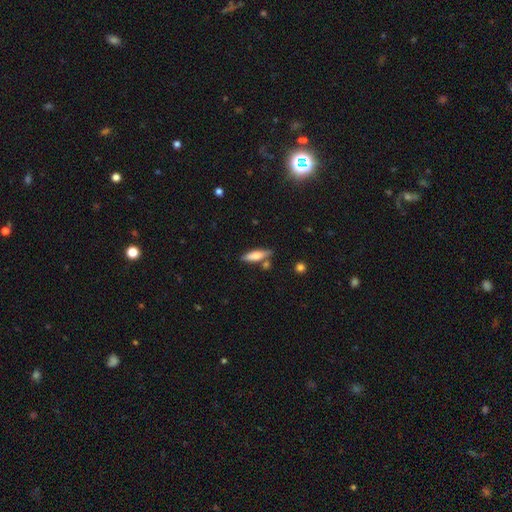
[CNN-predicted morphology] smooth-or-featured: smooth: 63% | featured or disk: 31% | star or artifact: 7%
  how-rounded: cigar-shaped: 61% | in between: 37% | round: 2%
  merging: none: 73% | minor disturbance: 14% | merger: 10% | major disturbance: 3%